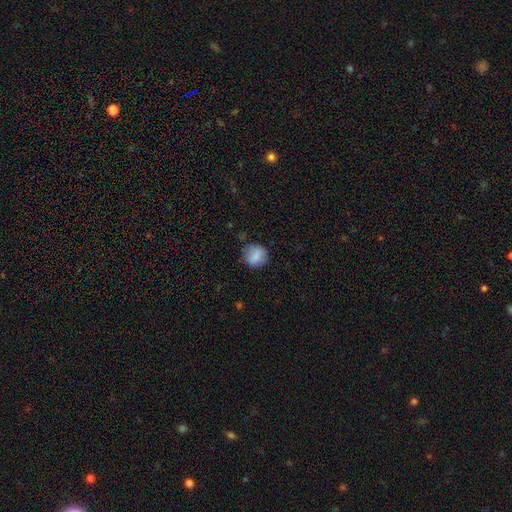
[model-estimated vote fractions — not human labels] The model was most divided on "merging": none: 74%, minor disturbance: 19%, major disturbance: 5%, merger: 2%. More confident: smooth or featured — smooth (81%); how rounded — round (78%).